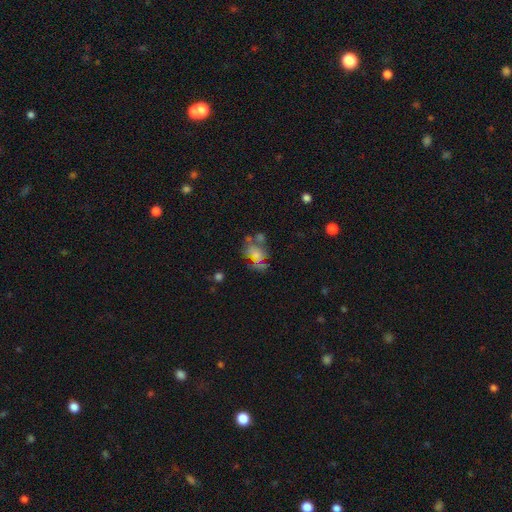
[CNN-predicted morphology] A smooth galaxy with no disk features (45%). Merging: none (35%).